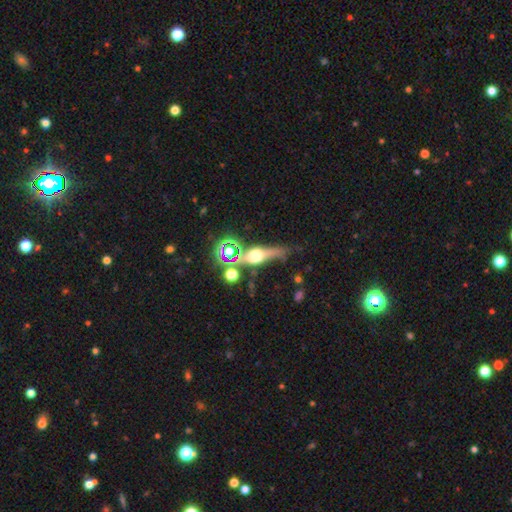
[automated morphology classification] The model was most divided on "smooth or featured": featured or disk: 65%, smooth: 21%, star or artifact: 14%. More confident: edge-on bulge — rounded (94%); edge-on disk — yes (91%); merging — none (70%).